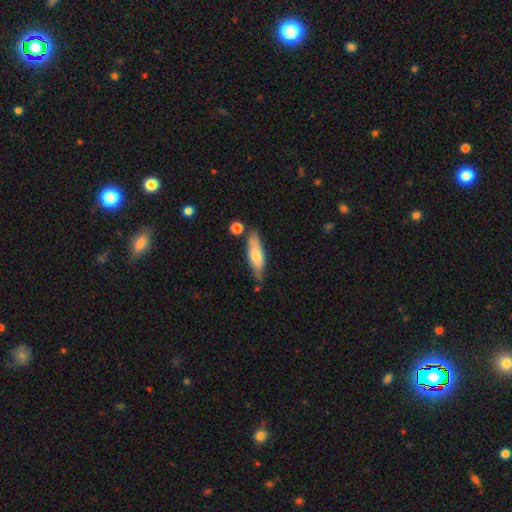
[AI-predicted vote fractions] smooth_or_featured: smooth (p=0.62) [alt: featured or disk p=0.32]
how_rounded: cigar-shaped (p=0.60) [alt: in between p=0.38]
merging: none (p=0.72) [alt: minor disturbance p=0.17]